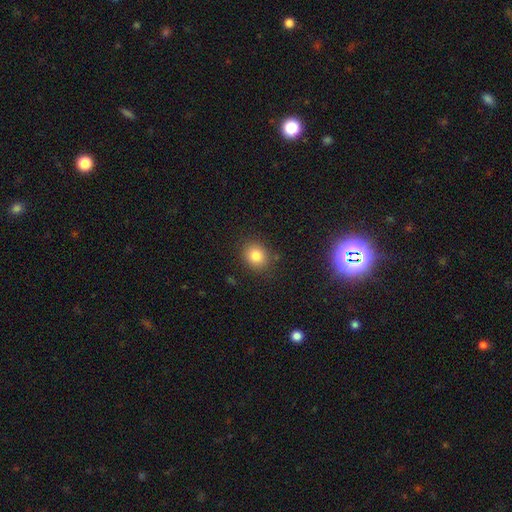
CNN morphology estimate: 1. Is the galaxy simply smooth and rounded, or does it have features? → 81% smooth, 11% star or artifact, 7% featured or disk.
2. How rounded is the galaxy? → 68% round, 31% in between, 1% cigar-shaped.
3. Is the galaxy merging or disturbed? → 85% none, 10% minor disturbance, 3% major disturbance, 2% merger.